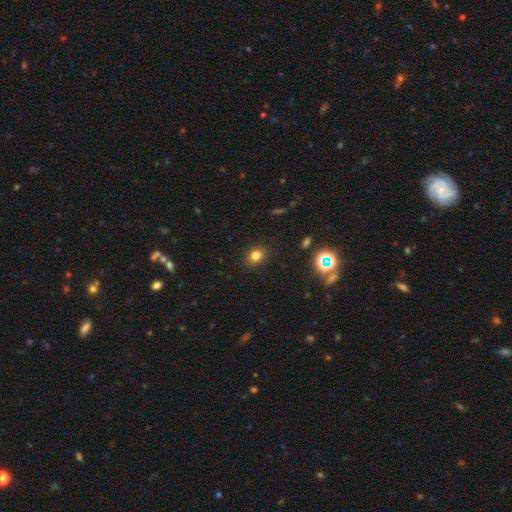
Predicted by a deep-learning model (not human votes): Morphology: type=smooth (78%); roundness=round (65%); merging=none (88%).